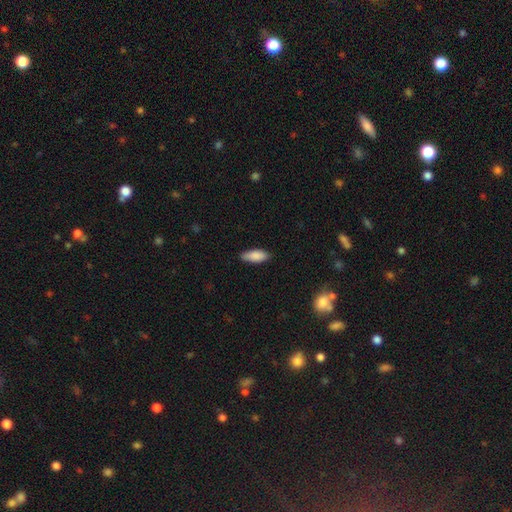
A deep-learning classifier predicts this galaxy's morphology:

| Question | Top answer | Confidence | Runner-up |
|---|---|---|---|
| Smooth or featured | smooth | 87% | featured or disk (7%) |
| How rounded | in between | 76% | cigar-shaped (22%) |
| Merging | none | 84% | minor disturbance (13%) |